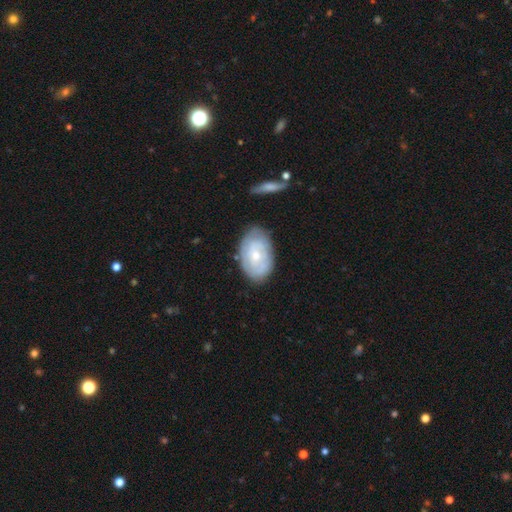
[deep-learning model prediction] Smooth or featured? Predicted: featured or disk (p=0.53). Edge-on disk? Predicted: no (p=0.94). Bar? Predicted: no (p=0.77). Spiral arms? Predicted: yes (p=0.63). Bulge size? Predicted: small (p=0.58). Merging? Predicted: none (p=0.72).